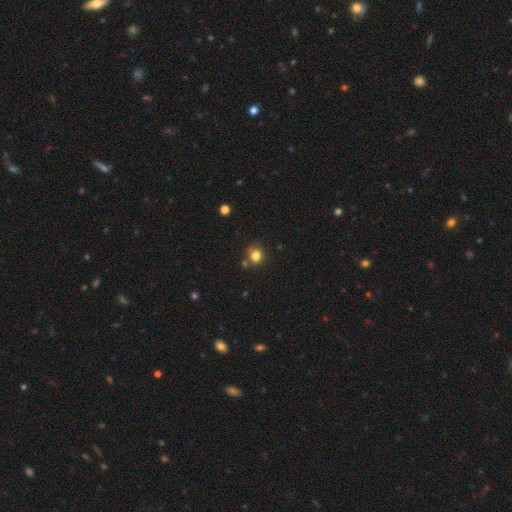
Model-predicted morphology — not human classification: Overall: smooth (81%). How rounded: round (79%). Merging: none (70%).